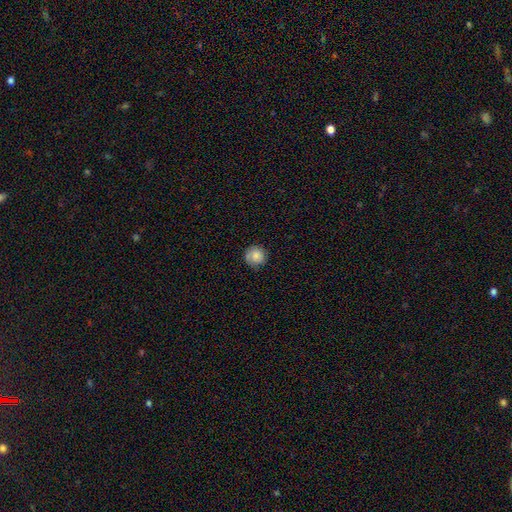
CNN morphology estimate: smooth_or_featured: smooth (p=0.80) [alt: featured or disk p=0.12]
how_rounded: round (p=0.93) [alt: in between p=0.06]
merging: none (p=0.81) [alt: minor disturbance p=0.15]